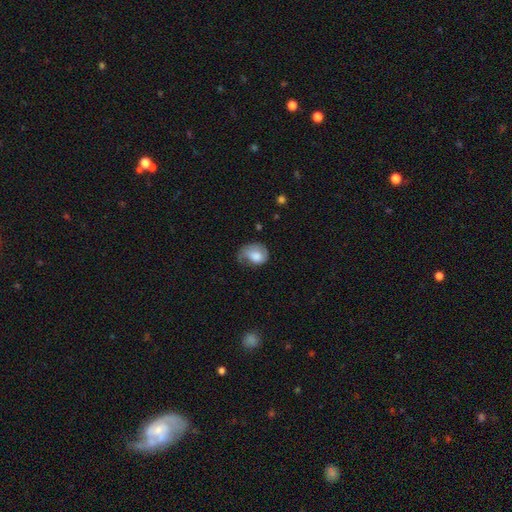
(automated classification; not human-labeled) This is likely a smooth galaxy (69%). How rounded: possibly in between (55%). Merging: marginally minor disturbance (36%).